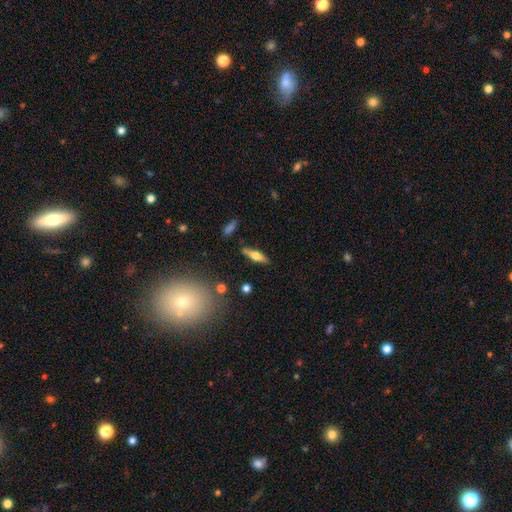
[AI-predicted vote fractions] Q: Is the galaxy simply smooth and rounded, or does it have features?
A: featured or disk — 48%.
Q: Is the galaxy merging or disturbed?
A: none — 83%.